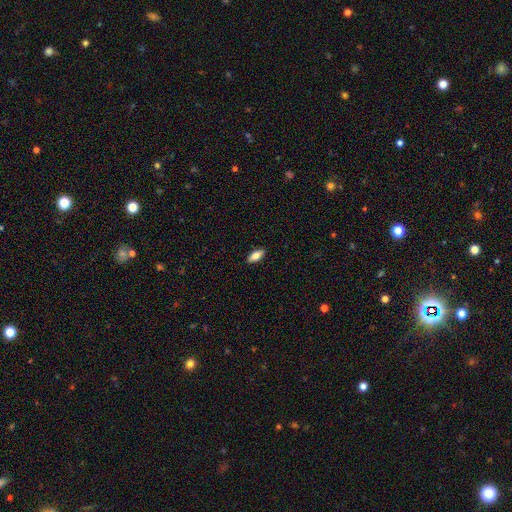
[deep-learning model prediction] Smooth or featured: smooth — 78% (featured or disk — 15%)
How rounded: in between — 82% (cigar-shaped — 16%)
Merging: none — 90% (minor disturbance — 8%)